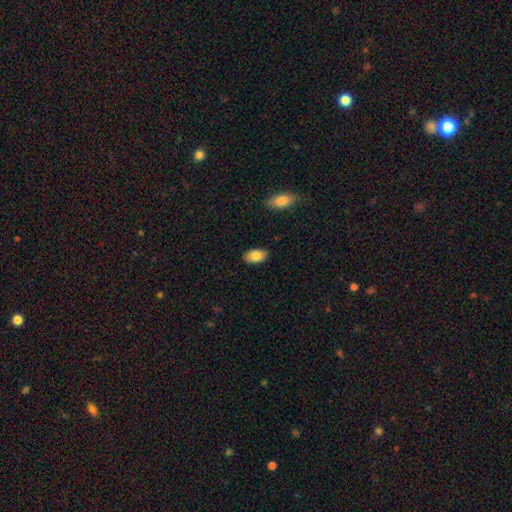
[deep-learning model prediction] Smooth or featured? Predicted: smooth (p=0.86). How rounded? Predicted: in between (p=0.94). Merging? Predicted: none (p=0.88).